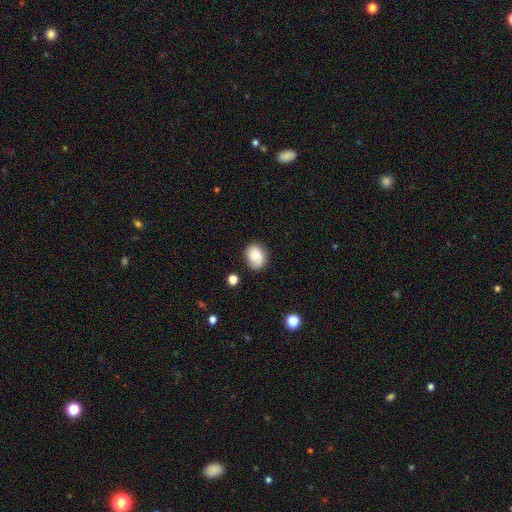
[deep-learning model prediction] A smooth galaxy with no disk features (74%) that is in between round and cigar-shaped (59%).

Vote fractions:
- Smooth or featured? smooth: 74% / featured or disk: 17% / star or artifact: 9%
- How rounded? in between: 59% / round: 40% / cigar-shaped: 1%
- Merging? none: 71% / minor disturbance: 21% / major disturbance: 5% / merger: 3%